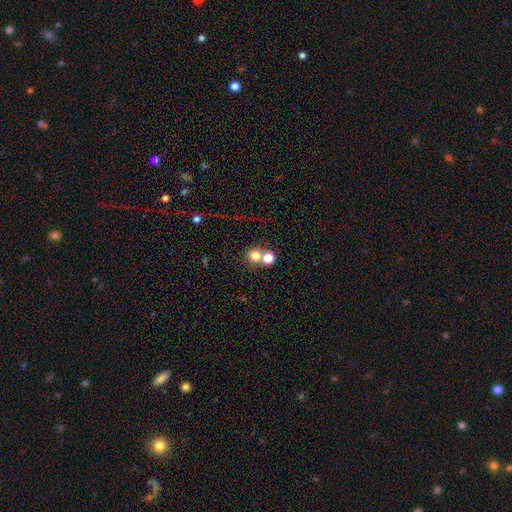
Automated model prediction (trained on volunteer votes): Smooth or featured: smooth — 75% (star or artifact — 14%)
How rounded: round — 87% (in between — 12%)
Merging: none — 48% (merger — 43%)